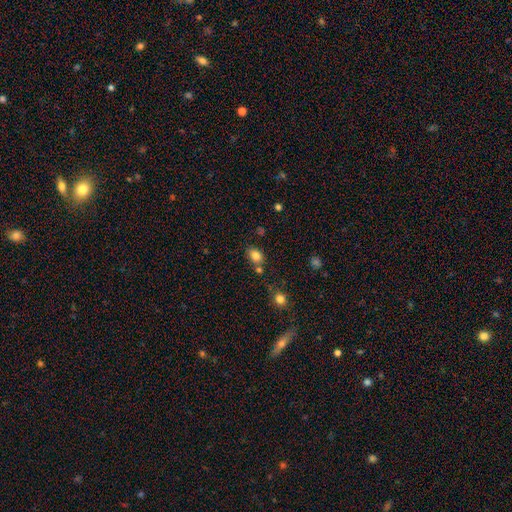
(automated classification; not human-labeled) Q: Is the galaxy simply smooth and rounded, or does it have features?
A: smooth — 82%.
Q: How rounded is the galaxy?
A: in between — 70%.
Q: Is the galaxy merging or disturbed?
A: none — 67%.